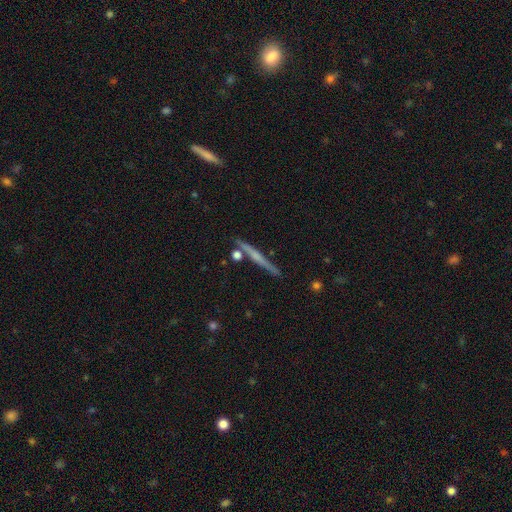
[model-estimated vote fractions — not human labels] A featured or disk galaxy (63%) viewed edge-on (97%) with a rounded central bulge (46%).

Vote fractions:
- Smooth or featured? featured or disk: 63% / smooth: 30% / star or artifact: 7%
- Edge-on disk? yes: 97% / no: 3%
- Edge-on bulge? rounded: 46% / none: 44% / boxy: 9%
- Merging? none: 84% / minor disturbance: 9% / merger: 5% / major disturbance: 2%